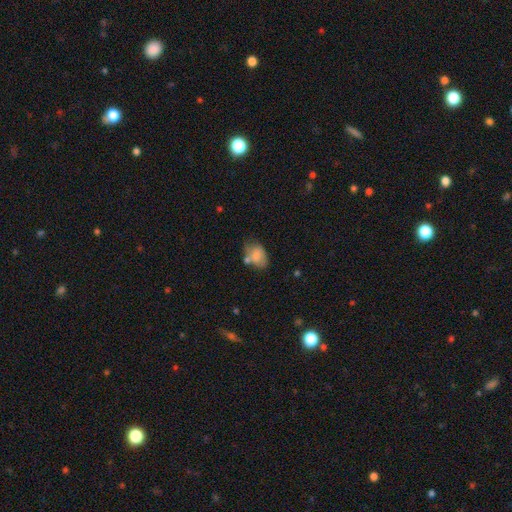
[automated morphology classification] Overall: smooth (71%). How rounded: in between (78%). Merging: none (42%; minor disturbance 28%).